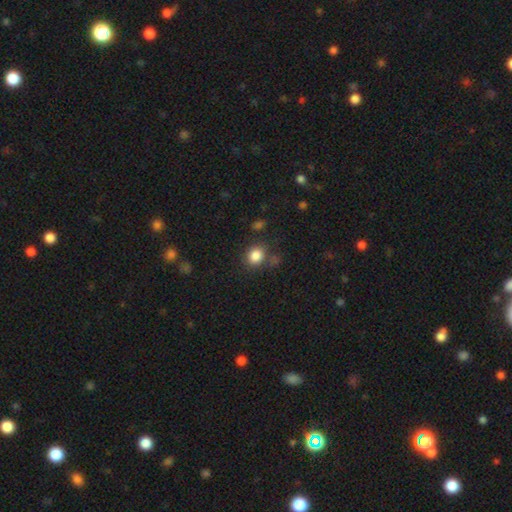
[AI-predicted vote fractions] smooth 84%, star or artifact 11%, featured or disk 5%. Down the decision tree: how rounded — round (68%); merging — none (73%).